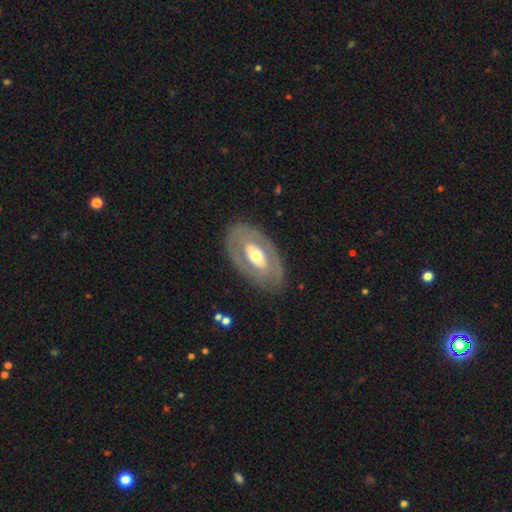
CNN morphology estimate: Smooth or featured? featured or disk (61%)
Edge-on disk? no (90%)
Bar? no (68%)
Spiral arms? no (77%)
Bulge size? moderate (65%)
Merging? none (82%)